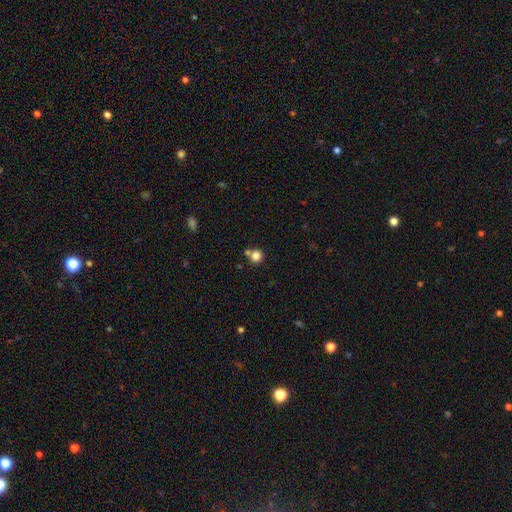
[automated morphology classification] smooth_or_featured: smooth (p=0.82) [alt: star or artifact p=0.12]
how_rounded: round (p=0.89) [alt: in between p=0.10]
merging: none (p=0.67) [alt: merger p=0.21]